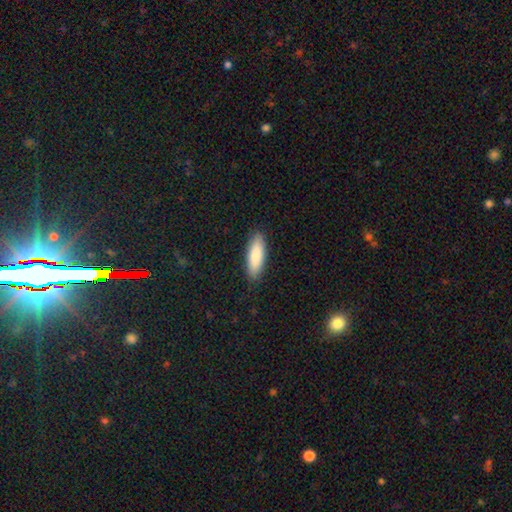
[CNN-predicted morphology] Smooth or featured? smooth (87%)
How rounded? in between (57%)
Merging? none (88%)